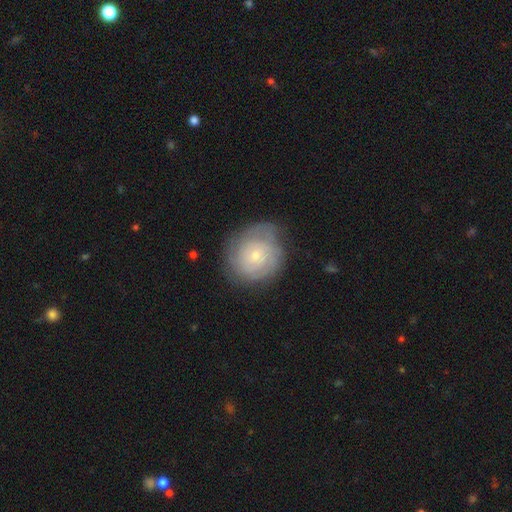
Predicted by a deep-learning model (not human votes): Smooth or featured: featured or disk — 62% (smooth — 31%)
Edge-on disk: no — 97% (yes — 3%)
Bar: no — 82% (weak — 15%)
Spiral arms: yes — 83% (no — 17%)
Spiral winding: tight — 74% (medium — 20%)
Spiral arm count: can't tell — 49% (2 — 18%)
Bulge size: small — 73% (moderate — 23%)
Merging: none — 69% (minor disturbance — 20%)